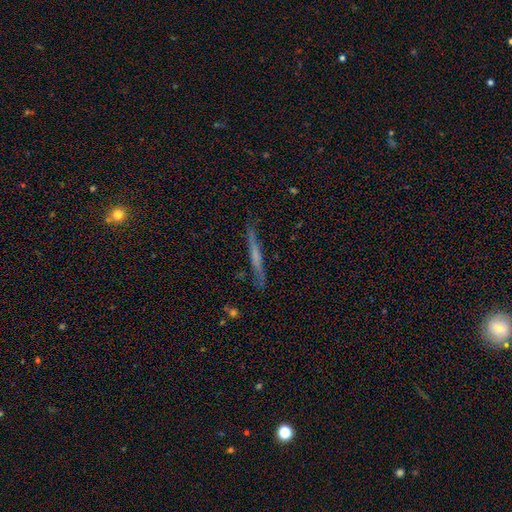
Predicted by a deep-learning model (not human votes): smooth-or-featured: featured or disk: 52% | smooth: 39% | star or artifact: 9%
  disk-edge-on: yes: 94% | no: 6%
  merging: none: 83% | minor disturbance: 12% | major disturbance: 3% | merger: 2%